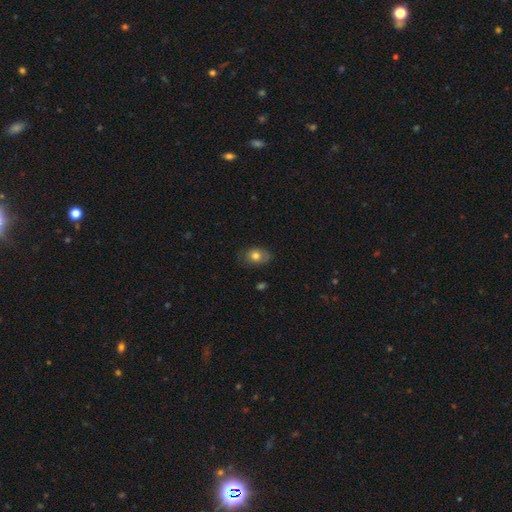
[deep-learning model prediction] Smooth or featured?
  - smooth: 74% *
  - featured or disk: 17%
  - star or artifact: 9%
How rounded?
  - in between: 70% *
  - round: 29%
  - cigar-shaped: 1%
Merging?
  - none: 70% *
  - minor disturbance: 23%
  - major disturbance: 6%
  - merger: 1%